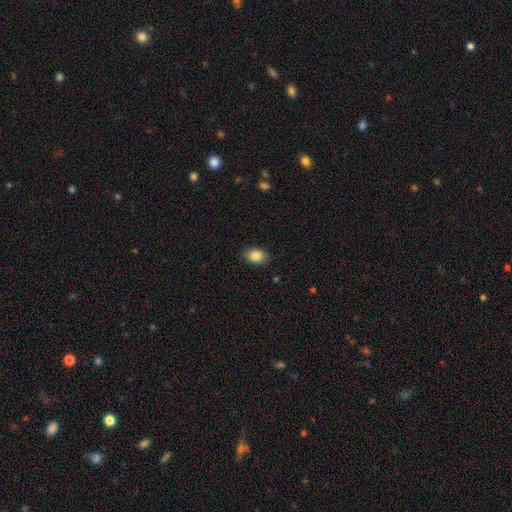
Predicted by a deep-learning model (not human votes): This appears to be a smooth galaxy with no disk features (87%) that is in between round and cigar-shaped (83%). Merging: none (87%).